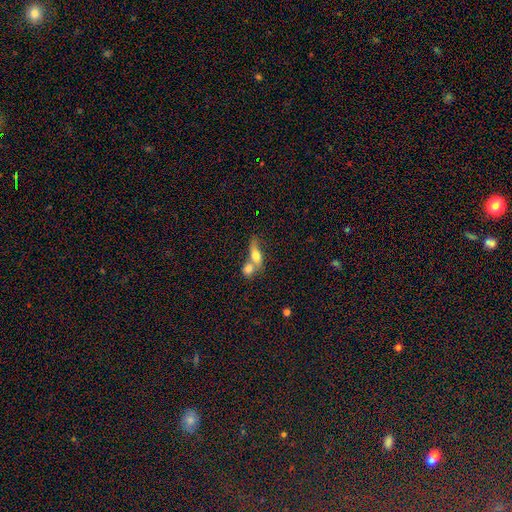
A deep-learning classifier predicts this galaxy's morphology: Overall: smooth (65%; featured or disk 26%). How rounded: in between (59%; cigar-shaped 26%). Merging: merger (63%).